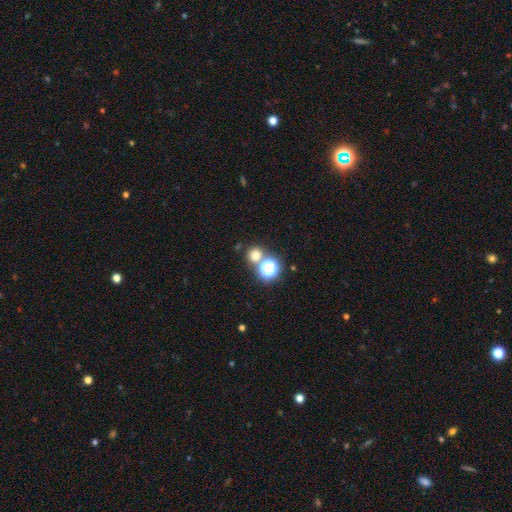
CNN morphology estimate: Smooth or featured? smooth (69%)
How rounded? round (89%)
Merging? none (68%)